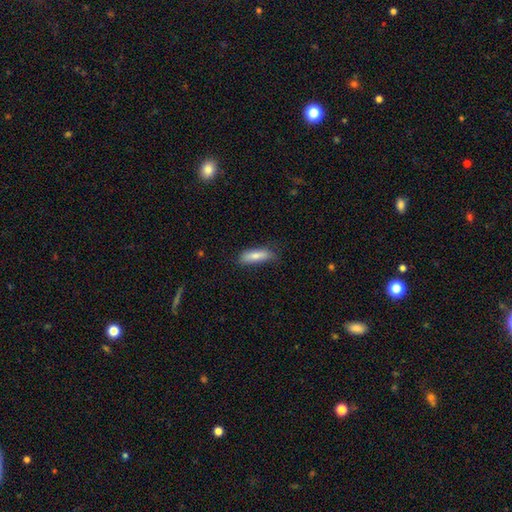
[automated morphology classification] smooth-or-featured: smooth: 78% | featured or disk: 16% | star or artifact: 6%
  how-rounded: cigar-shaped: 50% | in between: 48% | round: 2%
  merging: none: 71% | minor disturbance: 23% | major disturbance: 5% | merger: 1%